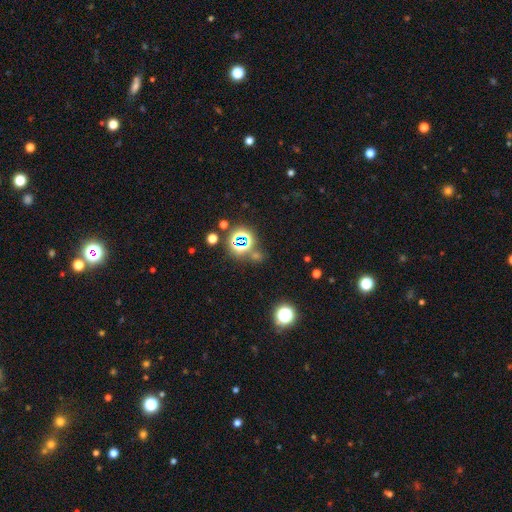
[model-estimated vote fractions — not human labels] A star or artifact, not a galaxy (68%).